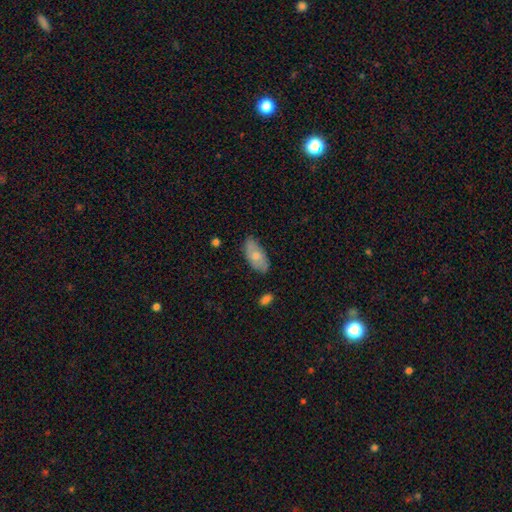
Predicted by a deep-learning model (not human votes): Morphology: type=smooth (65%); roundness=in between (91%); merging=none (71%).